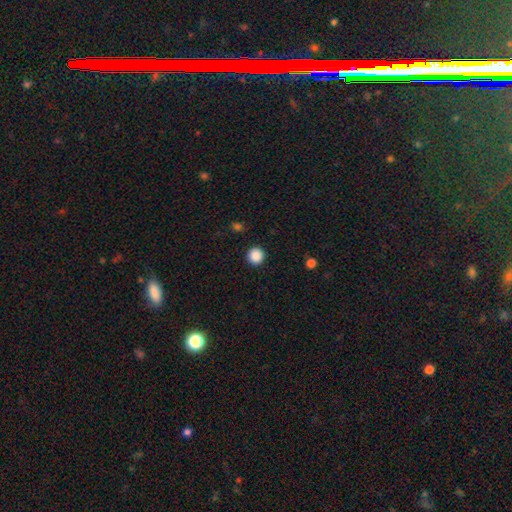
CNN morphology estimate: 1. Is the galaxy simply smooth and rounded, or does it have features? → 88% smooth, 9% star or artifact, 2% featured or disk.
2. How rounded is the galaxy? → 95% round, 4% in between, 1% cigar-shaped.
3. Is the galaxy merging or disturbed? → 93% none, 4% minor disturbance, 2% major disturbance, 1% merger.